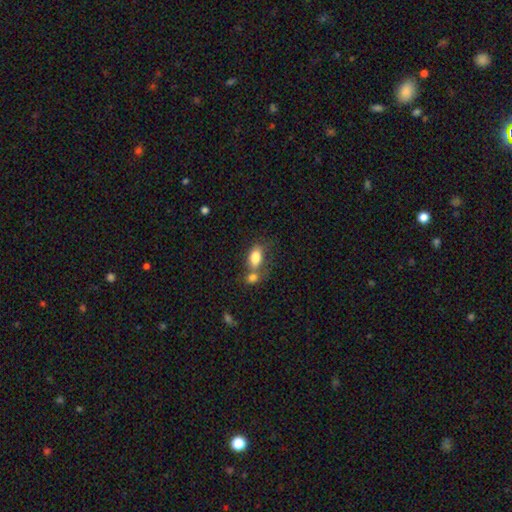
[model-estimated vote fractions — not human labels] This appears to be a smooth galaxy with no disk features (81%) that is in between round and cigar-shaped (86%). Merging: merger (49%).